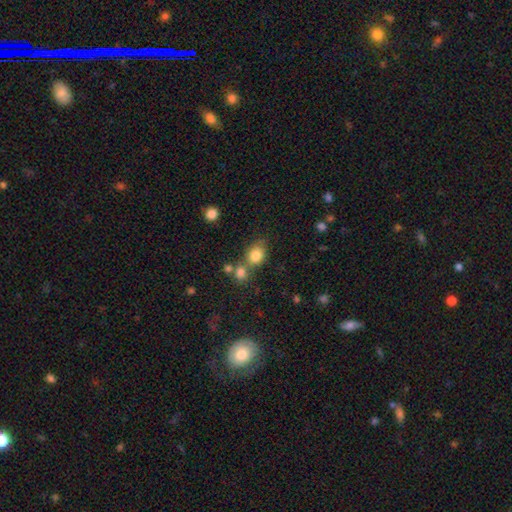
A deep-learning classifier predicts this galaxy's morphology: smooth 81%, star or artifact 11%, featured or disk 7%. Down the decision tree: how rounded — round (52%); merging — none (52%).